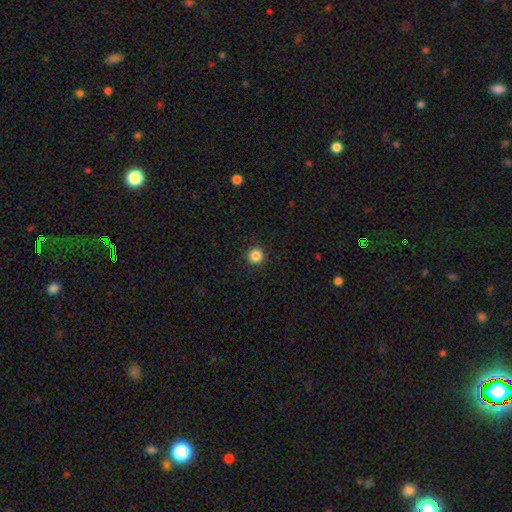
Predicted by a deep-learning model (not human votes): Smooth or featured? smooth (86%)
How rounded? round (95%)
Merging? none (92%)